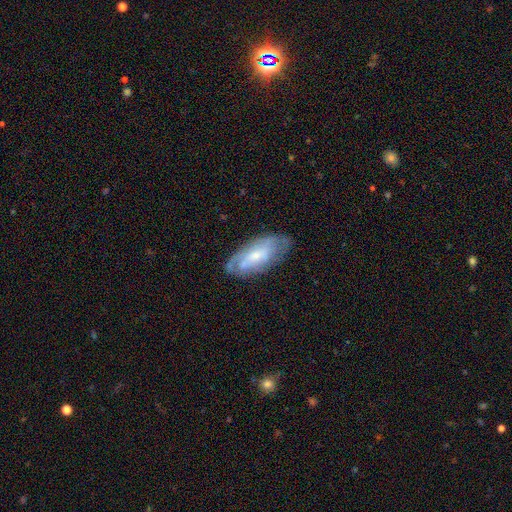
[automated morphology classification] smooth_or_featured: featured or disk (p=0.55) [alt: smooth p=0.38]
disk_edge_on: no (p=0.86) [alt: yes p=0.14]
merging: none (p=0.66) [alt: minor disturbance p=0.23]